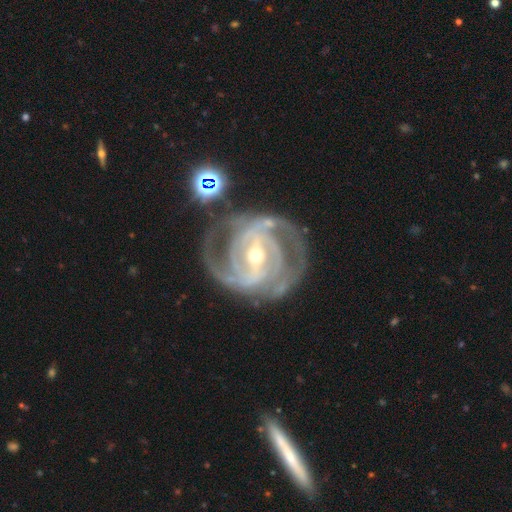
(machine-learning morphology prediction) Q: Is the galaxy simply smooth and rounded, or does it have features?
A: featured or disk — 92%.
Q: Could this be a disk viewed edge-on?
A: no — 97%.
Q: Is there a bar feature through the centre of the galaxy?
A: strong — 51%.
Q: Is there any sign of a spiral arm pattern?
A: yes — 97%.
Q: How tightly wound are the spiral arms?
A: tight — 58%.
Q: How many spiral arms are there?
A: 2 — 40%.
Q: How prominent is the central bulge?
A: small — 55%.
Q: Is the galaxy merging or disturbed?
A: none — 67%.